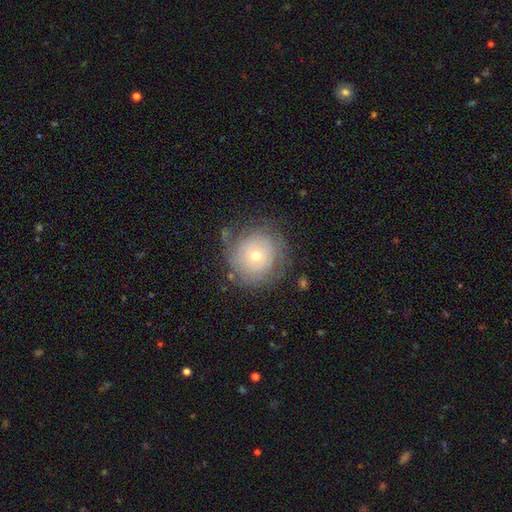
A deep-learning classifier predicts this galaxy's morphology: featured or disk 55%, smooth 35%, star or artifact 10%. Down the decision tree: edge-on disk — no (97%); bar — no (85%); spiral arms — yes (70%); bulge size — moderate (50%); merging — none (70%).